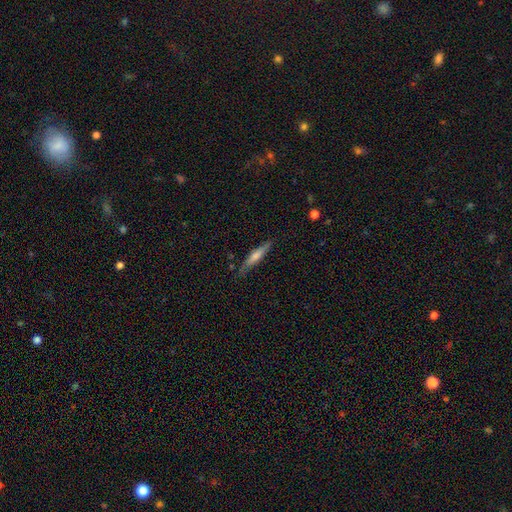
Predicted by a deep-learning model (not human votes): Q: Smooth or featured?
A: featured or disk (55%); runner-up: smooth (37%)
Q: Edge-on disk?
A: yes (94%); runner-up: no (6%)
Q: Edge-on bulge?
A: rounded (66%); runner-up: none (22%)
Q: Merging?
A: none (84%); runner-up: minor disturbance (12%)